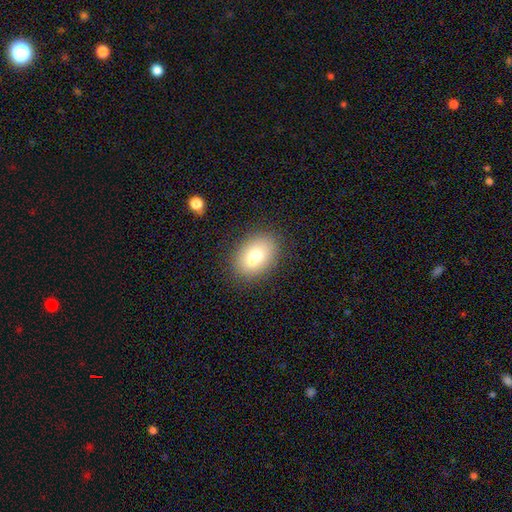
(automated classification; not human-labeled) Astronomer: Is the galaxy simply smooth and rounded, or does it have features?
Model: smooth — 67%.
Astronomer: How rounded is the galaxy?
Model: in between — 70%.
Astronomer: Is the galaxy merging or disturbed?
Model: none — 59%.